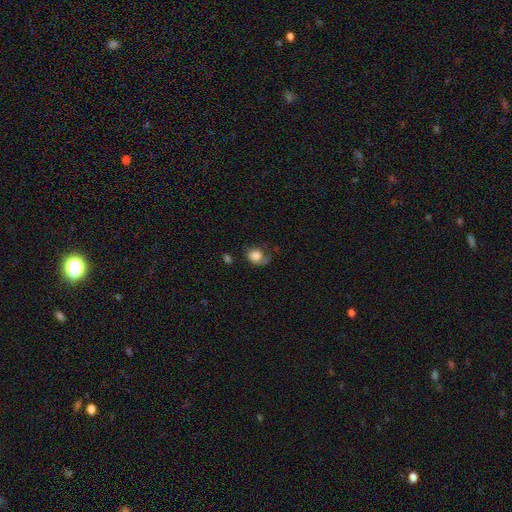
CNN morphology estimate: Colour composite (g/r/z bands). It shows a smooth galaxy with no disk features (74%) that is round (55%). Merging: none (37%).